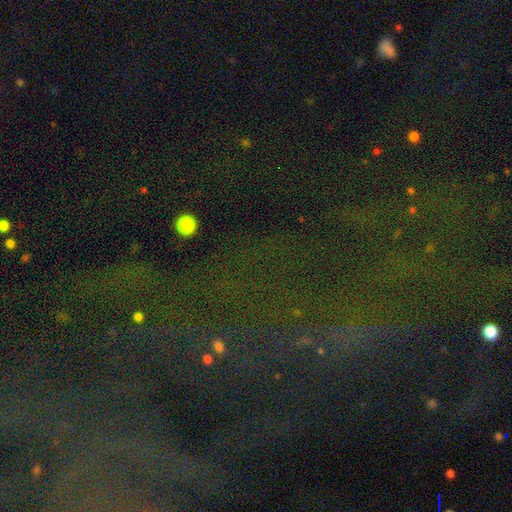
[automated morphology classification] This is likely a star or artifact rather than a galaxy (77%).